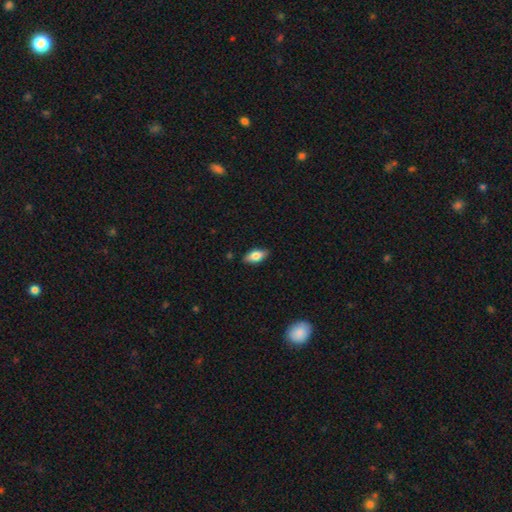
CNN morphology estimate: A smooth galaxy with no disk features (74%) that is in between round and cigar-shaped (86%).

Vote fractions:
- Smooth or featured? smooth: 74% / featured or disk: 19% / star or artifact: 7%
- How rounded? in between: 86% / cigar-shaped: 11% / round: 3%
- Merging? none: 86% / minor disturbance: 11% / major disturbance: 2% / merger: 1%